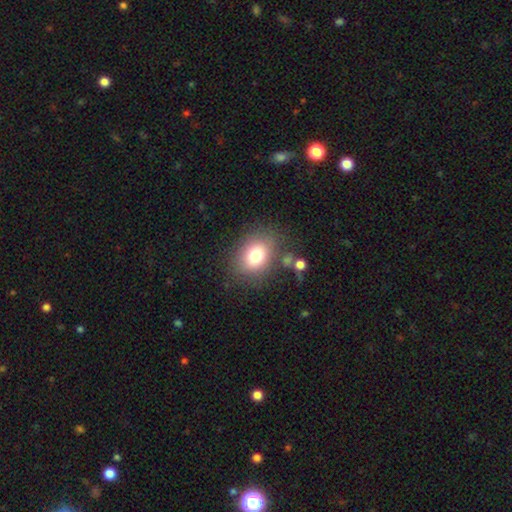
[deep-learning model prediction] The model was most divided on "how rounded": in between: 59%, round: 40%, cigar-shaped: 1%. More confident: smooth or featured — smooth (76%); merging — none (76%).